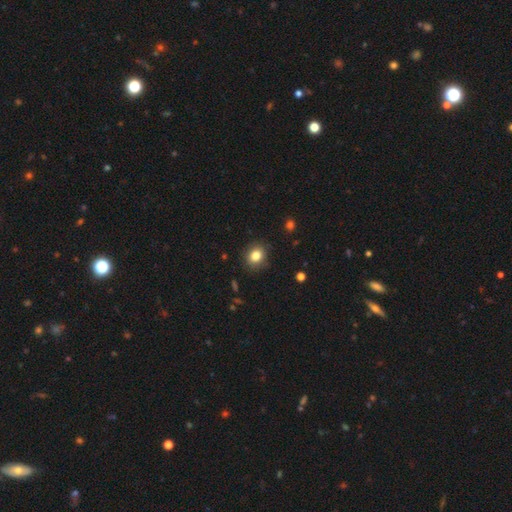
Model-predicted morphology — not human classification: type=smooth (83%); roundness=round (71%); merging=none (87%).